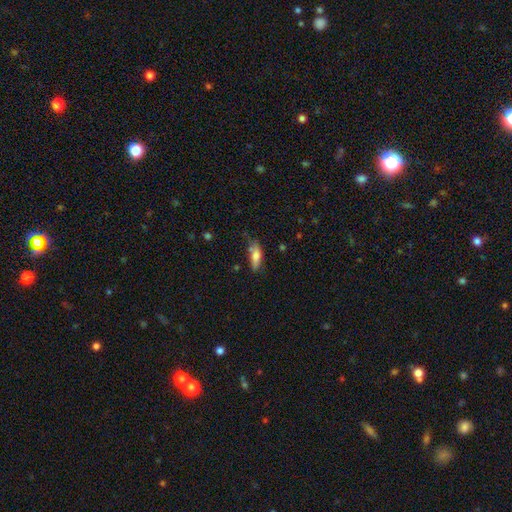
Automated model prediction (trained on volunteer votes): Smooth or featured?
  - smooth: 71% *
  - featured or disk: 21%
  - star or artifact: 8%
How rounded?
  - in between: 63% *
  - cigar-shaped: 34%
  - round: 3%
Merging?
  - none: 47% *
  - minor disturbance: 33%
  - major disturbance: 13%
  - merger: 7%